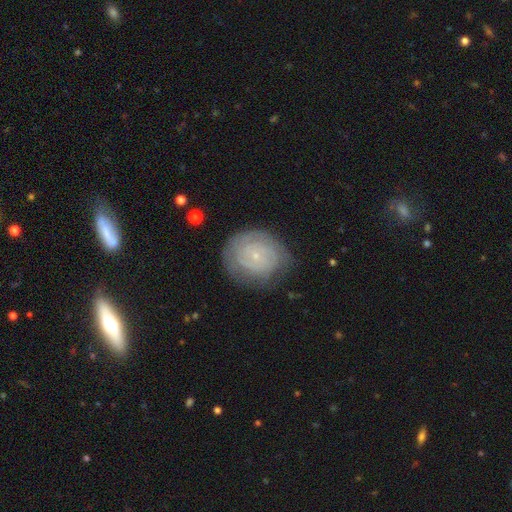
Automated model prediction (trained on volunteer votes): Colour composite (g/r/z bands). It shows a featured or disk galaxy (66%) with no bar (78%), tight (79%) spiral arms (84%) and a small central bulge (87%). Merging: none (75%).